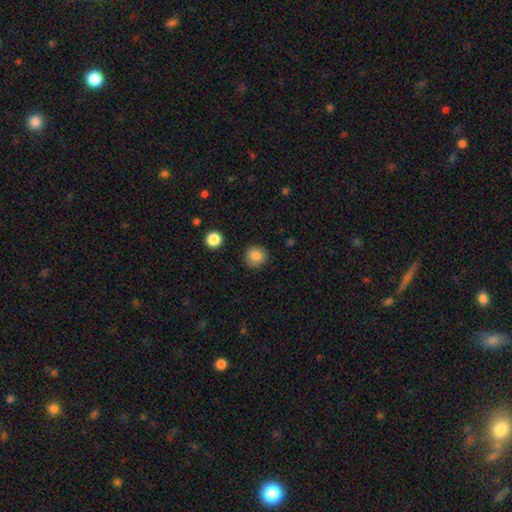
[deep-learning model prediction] A smooth galaxy with no disk features (85%) that is round (89%).

Vote fractions:
- Smooth or featured? smooth: 85% / star or artifact: 10% / featured or disk: 6%
- How rounded? round: 89% / in between: 10% / cigar-shaped: 1%
- Merging? none: 86% / minor disturbance: 10% / major disturbance: 3% / merger: 1%